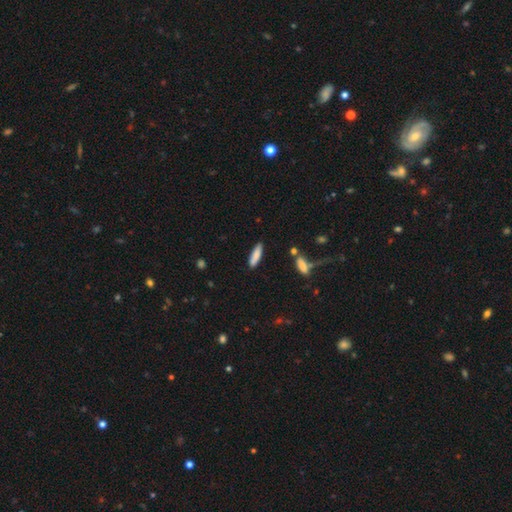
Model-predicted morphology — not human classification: smooth 83%, featured or disk 10%, star or artifact 6%. Down the decision tree: how rounded — cigar-shaped (72%); merging — none (84%).